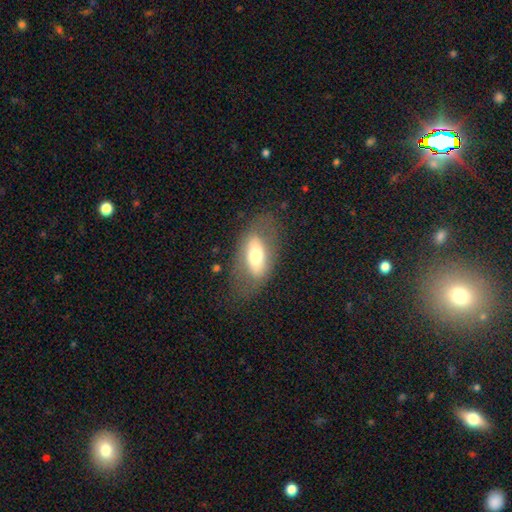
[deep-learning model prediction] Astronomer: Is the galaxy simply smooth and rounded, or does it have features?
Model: smooth — 53% (runner-up: featured or disk, 39%).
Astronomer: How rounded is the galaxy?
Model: in between — 86%.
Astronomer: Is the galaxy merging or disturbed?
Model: none — 68%.